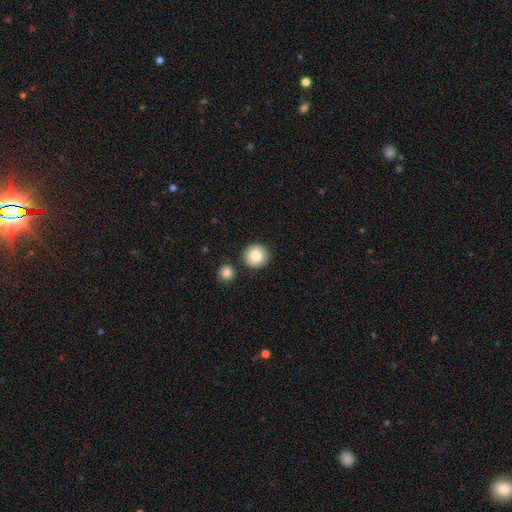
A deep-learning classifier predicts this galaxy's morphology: smooth-or-featured: smooth: 87% | star or artifact: 8% | featured or disk: 6%
  how-rounded: round: 92% | in between: 7% | cigar-shaped: 1%
  merging: none: 85% | minor disturbance: 7% | merger: 5% | major disturbance: 2%